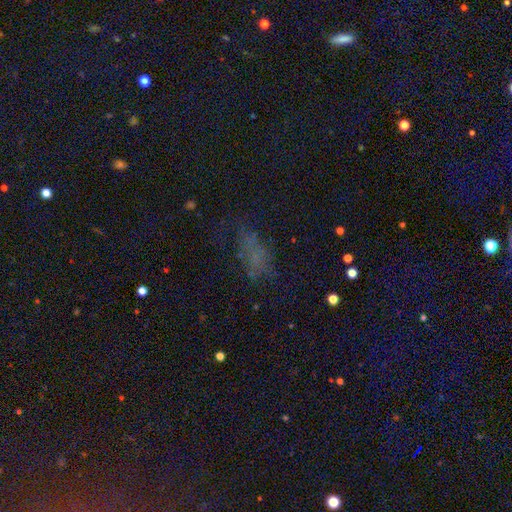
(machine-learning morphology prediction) Overall: smooth (48%; star or artifact 27%). Merging: none (48%; major disturbance 26%).